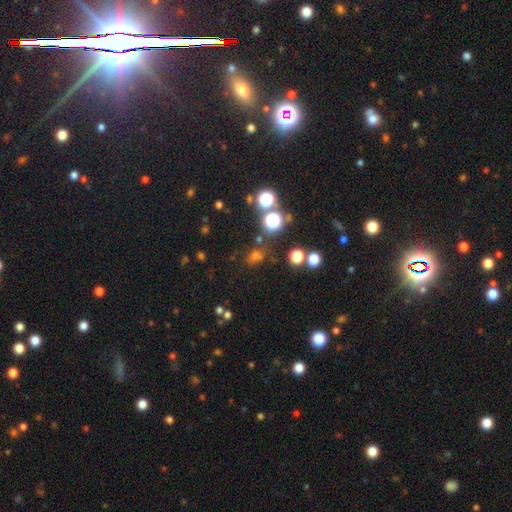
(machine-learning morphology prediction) smooth-or-featured: smooth: 51% | star or artifact: 41% | featured or disk: 8%
  how-rounded: round: 63% | in between: 35% | cigar-shaped: 2%
  merging: none: 71% | minor disturbance: 14% | merger: 9% | major disturbance: 6%